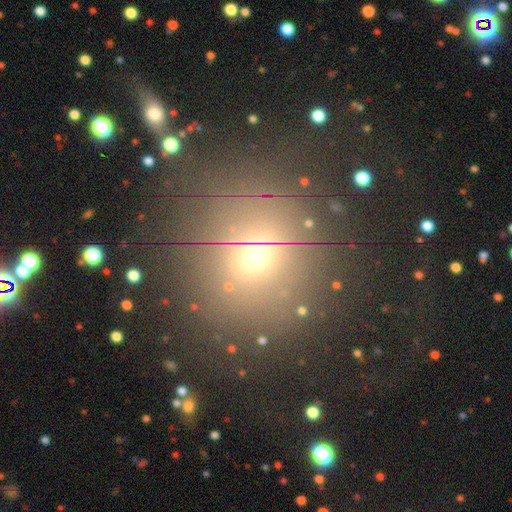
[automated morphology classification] The model was most divided on "smooth or featured": smooth: 51%, star or artifact: 35%, featured or disk: 15%. More confident: how rounded — round (87%); merging — none (80%).